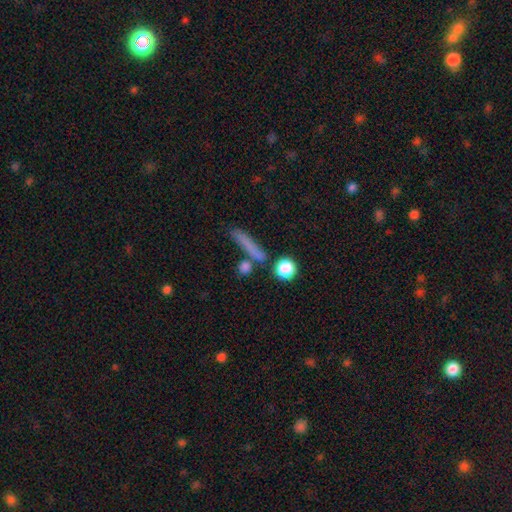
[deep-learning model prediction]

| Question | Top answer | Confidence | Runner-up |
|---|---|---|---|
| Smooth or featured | smooth | 61% | featured or disk (21%) |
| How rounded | cigar-shaped | 71% | round (18%) |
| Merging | none | 76% | merger (10%) |